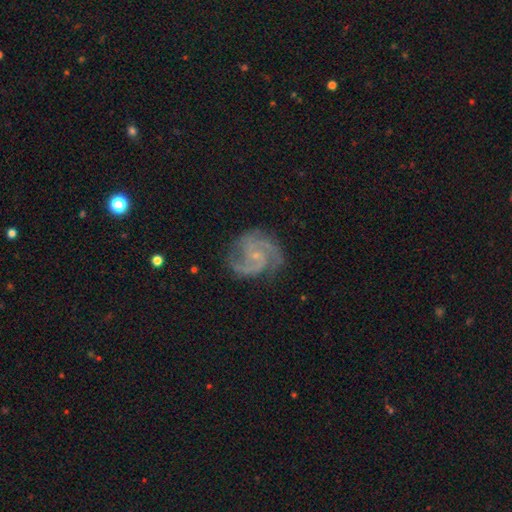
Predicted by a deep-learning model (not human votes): featured or disk 91%, star or artifact 5%, smooth 4%. Down the decision tree: edge-on disk — no (98%); bar — no (65%); spiral arms — yes (98%); spiral arm count — 2 (57%); spiral winding — medium (52%); bulge size — small (79%); merging — none (76%).